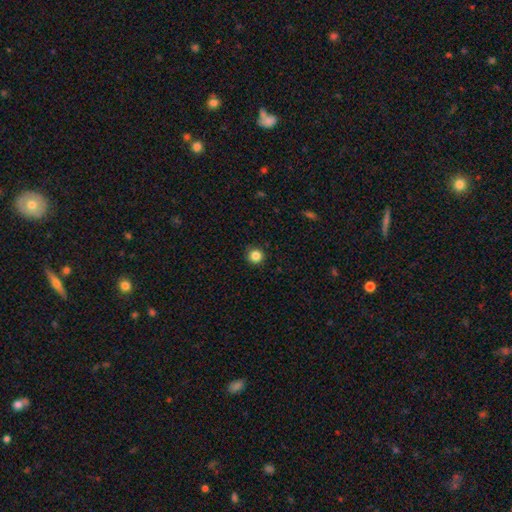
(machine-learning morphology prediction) type=smooth (85%); roundness=round (95%); merging=none (91%).